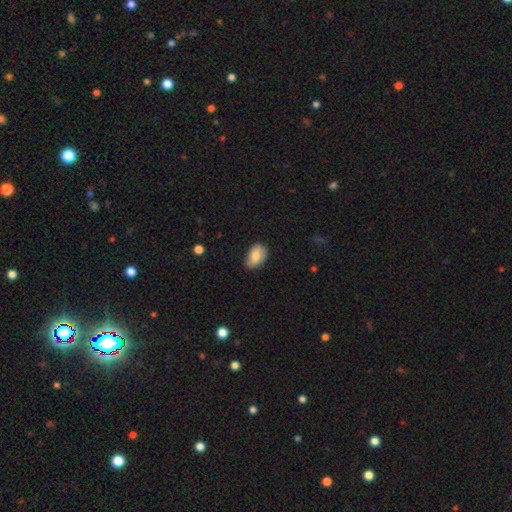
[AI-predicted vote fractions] Smooth or featured: smooth — 79% (featured or disk — 14%)
How rounded: in between — 87% (round — 11%)
Merging: none — 57% (minor disturbance — 35%)